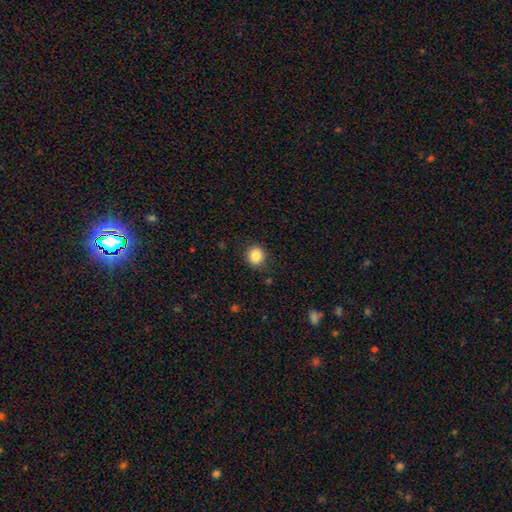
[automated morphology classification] smooth 86%, star or artifact 10%, featured or disk 5%. Down the decision tree: how rounded — round (84%); merging — none (88%).